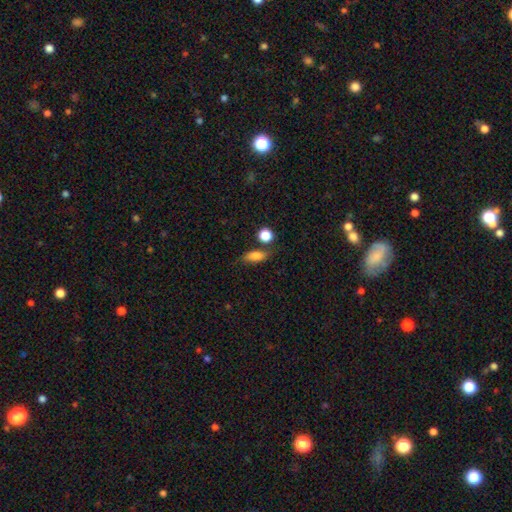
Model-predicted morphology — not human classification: smooth_or_featured: smooth (p=0.77) [alt: featured or disk p=0.13]
how_rounded: in between (p=0.71) [alt: cigar-shaped p=0.18]
merging: none (p=0.62) [alt: minor disturbance p=0.21]